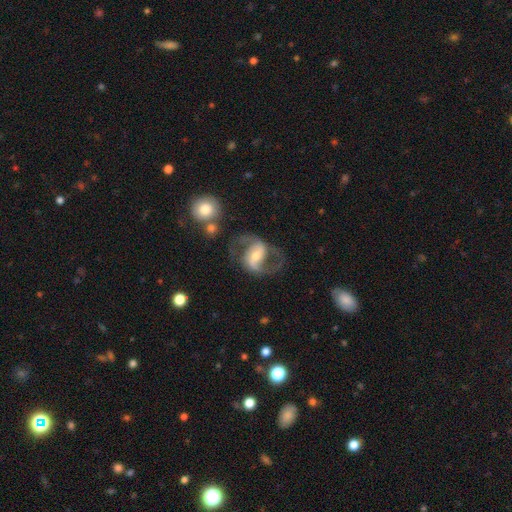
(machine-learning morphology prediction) The model was most divided on "bar": strong: 40%, weak: 38%, no: 22%. More confident: edge-on disk — no (97%); spiral arms — yes (94%); spiral arm count — 2 (91%); smooth or featured — featured or disk (86%); merging — none (66%); spiral winding — medium (53%); bulge size — moderate (52%).